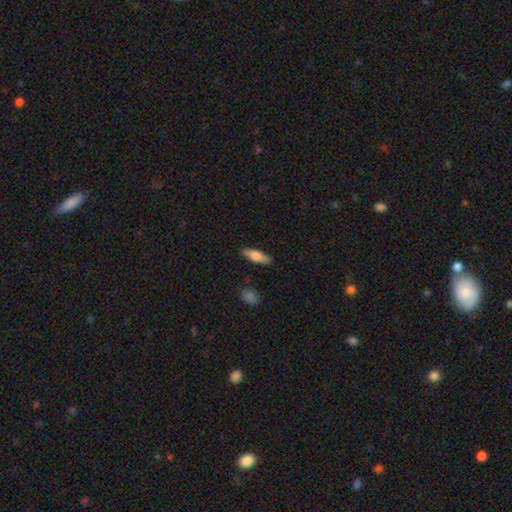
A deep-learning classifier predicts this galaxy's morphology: A smooth galaxy with no disk features (68%) that is cigar-shaped (55%). Merging: none (86%).